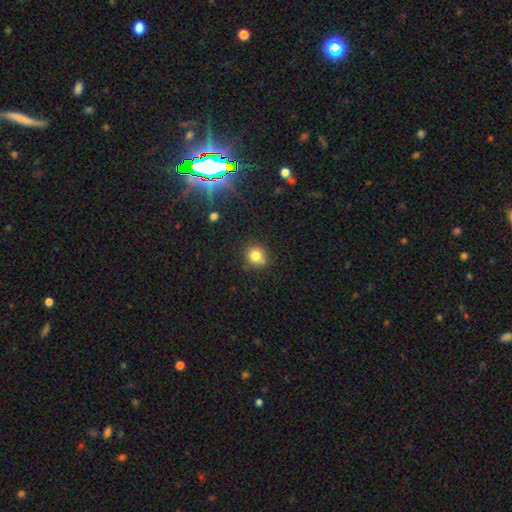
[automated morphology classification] smooth_or_featured: smooth (p=0.80) [alt: star or artifact p=0.14]
how_rounded: round (p=0.87) [alt: in between p=0.12]
merging: none (p=0.82) [alt: minor disturbance p=0.12]